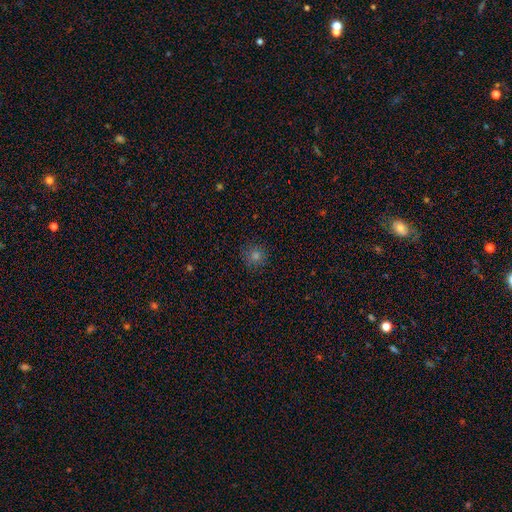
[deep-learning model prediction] Overall: smooth (74%). How rounded: round (94%). Merging: none (90%).